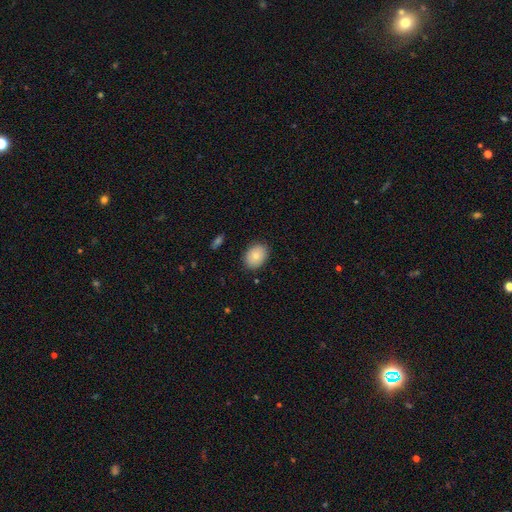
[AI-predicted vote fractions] This appears to be a smooth galaxy with no disk features (79%) that is in between round and cigar-shaped (69%). Merging: none (87%).